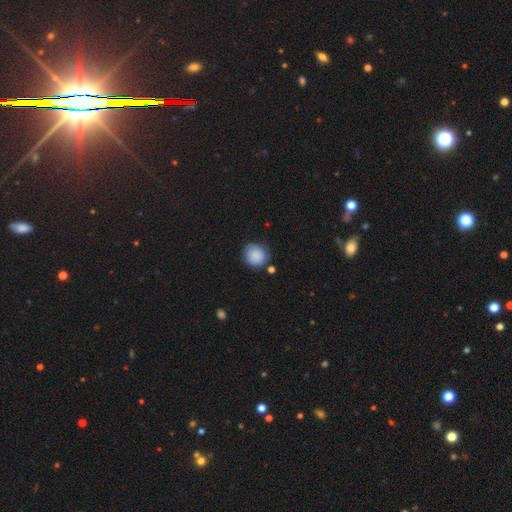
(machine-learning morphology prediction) Q: Smooth or featured?
A: smooth (85%); runner-up: star or artifact (8%)
Q: How rounded?
A: round (85%); runner-up: in between (14%)
Q: Merging?
A: none (72%); runner-up: minor disturbance (19%)